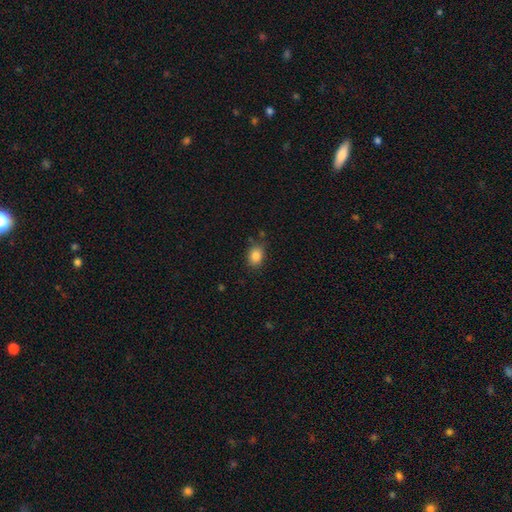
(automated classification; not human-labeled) Morphology: type=smooth (85%); roundness=in between (65%); merging=none (79%).